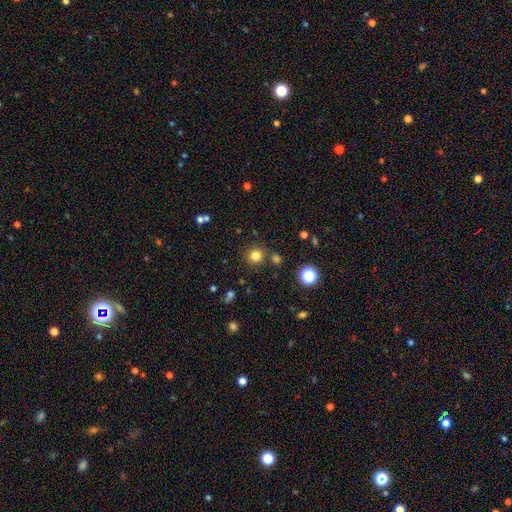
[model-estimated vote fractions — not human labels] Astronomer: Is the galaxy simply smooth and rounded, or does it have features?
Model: smooth — 80%.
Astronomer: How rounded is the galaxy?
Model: round — 92%.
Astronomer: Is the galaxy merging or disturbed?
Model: none — 83%.